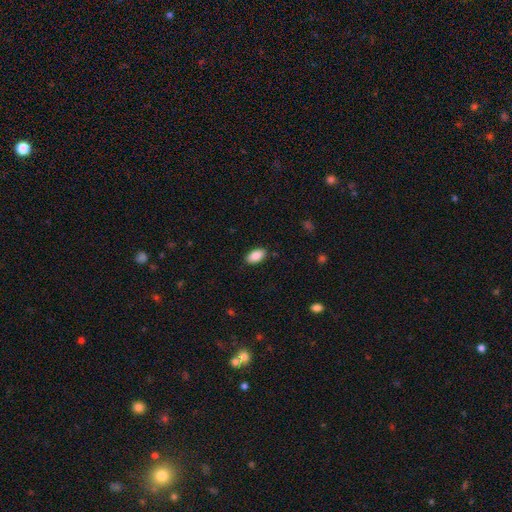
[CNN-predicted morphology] Smooth or featured: smooth — 88% (star or artifact — 7%)
How rounded: in between — 94% (round — 4%)
Merging: none — 88% (minor disturbance — 9%)